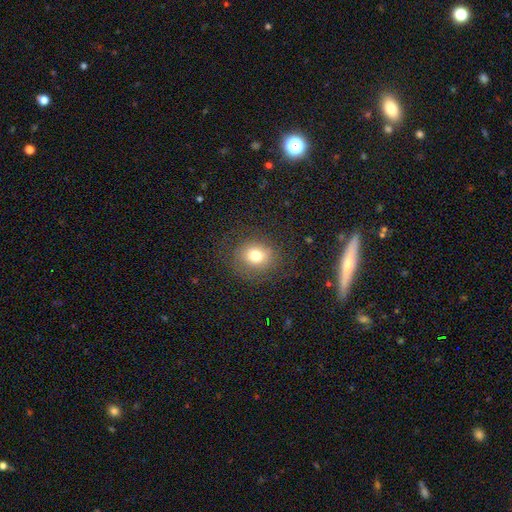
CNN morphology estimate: smooth_or_featured: smooth (p=0.74) [alt: star or artifact p=0.14]
how_rounded: round (p=0.77) [alt: in between p=0.22]
merging: none (p=0.79) [alt: minor disturbance p=0.12]